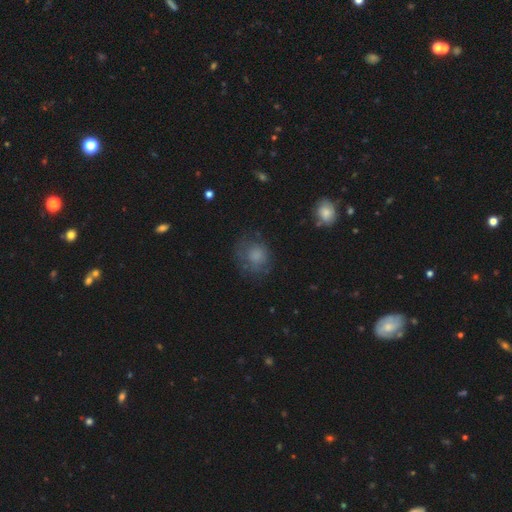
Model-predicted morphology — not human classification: smooth_or_featured: smooth (p=0.68) [alt: featured or disk p=0.20]
how_rounded: round (p=0.78) [alt: in between p=0.21]
merging: none (p=0.63) [alt: minor disturbance p=0.21]